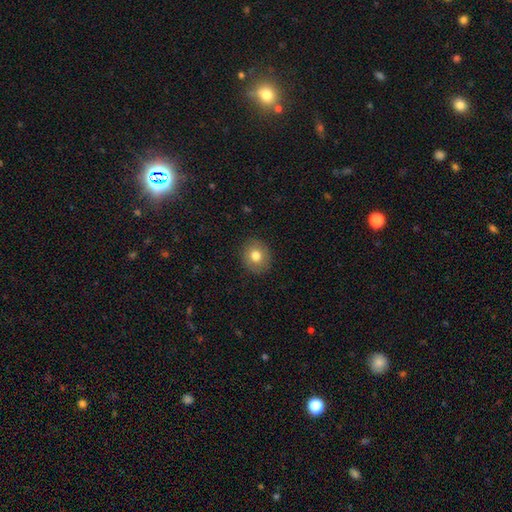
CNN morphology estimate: A smooth galaxy with no disk features (78%) that is round (76%). Merging: none (88%).